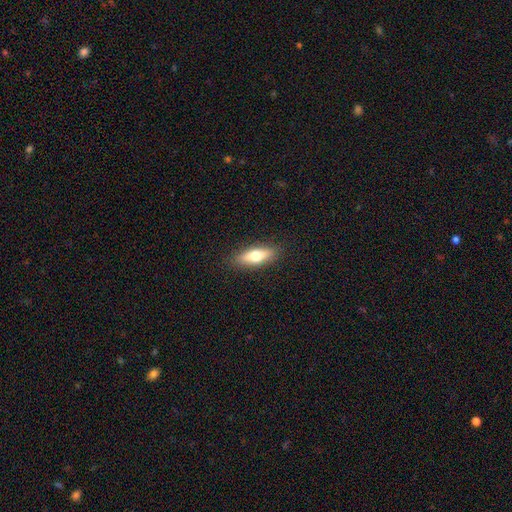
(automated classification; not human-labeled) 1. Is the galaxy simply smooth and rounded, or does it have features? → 66% smooth, 28% featured or disk, 7% star or artifact.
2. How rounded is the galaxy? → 55% in between, 42% cigar-shaped, 3% round.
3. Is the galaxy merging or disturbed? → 88% none, 9% minor disturbance, 2% major disturbance, 1% merger.